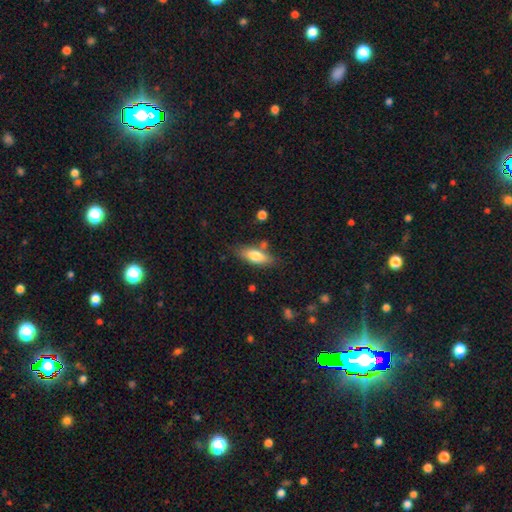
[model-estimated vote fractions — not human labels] Overall: smooth (73%). How rounded: in between (70%). Merging: none (74%).